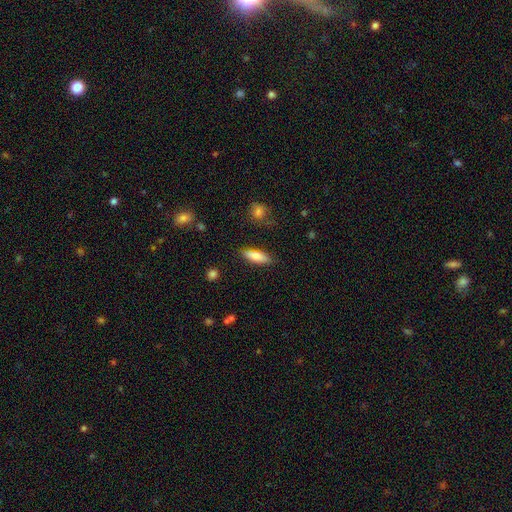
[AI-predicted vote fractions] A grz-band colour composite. It shows a smooth galaxy with no disk features (75%) that is cigar-shaped (50%). Merging: none (84%).